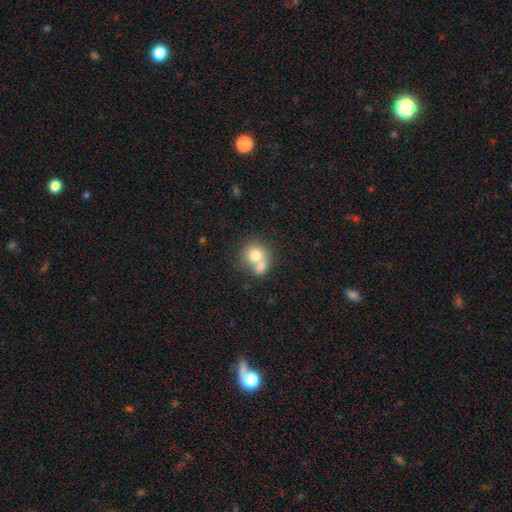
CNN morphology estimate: Smooth or featured: smooth — 73% (featured or disk — 18%)
How rounded: round — 75% (in between — 24%)
Merging: merger — 55% (none — 30%)